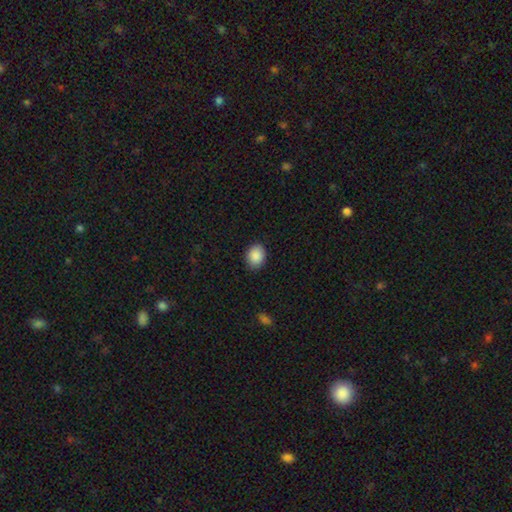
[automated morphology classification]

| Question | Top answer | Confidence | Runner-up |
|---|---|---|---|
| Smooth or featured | smooth | 89% | star or artifact (7%) |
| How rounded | in between | 55% | round (45%) |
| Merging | none | 88% | minor disturbance (9%) |